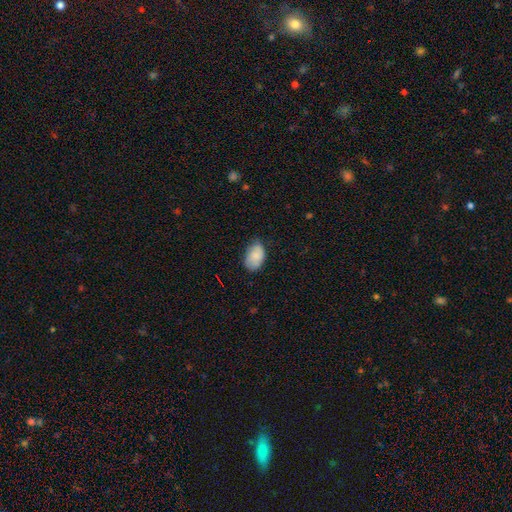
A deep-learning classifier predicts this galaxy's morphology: A smooth galaxy with no disk features (80%) that is in between round and cigar-shaped (89%). Merging: none (65%).